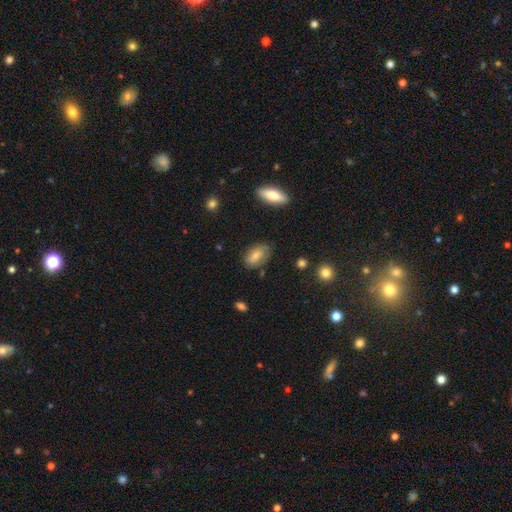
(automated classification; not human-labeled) smooth 68%, featured or disk 24%, star or artifact 8%. Down the decision tree: how rounded — in between (90%); merging — none (71%).